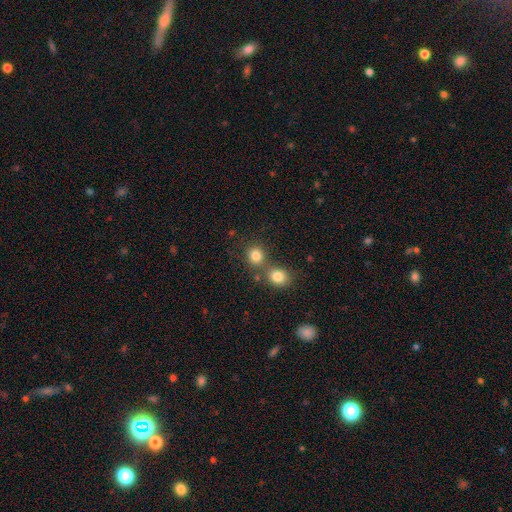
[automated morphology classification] A smooth galaxy with no disk features (81%) that is round (84%).

Vote fractions:
- Smooth or featured? smooth: 81% / star or artifact: 12% / featured or disk: 7%
- How rounded? round: 84% / in between: 15% / cigar-shaped: 1%
- Merging? none: 60% / merger: 29% / minor disturbance: 8% / major disturbance: 3%